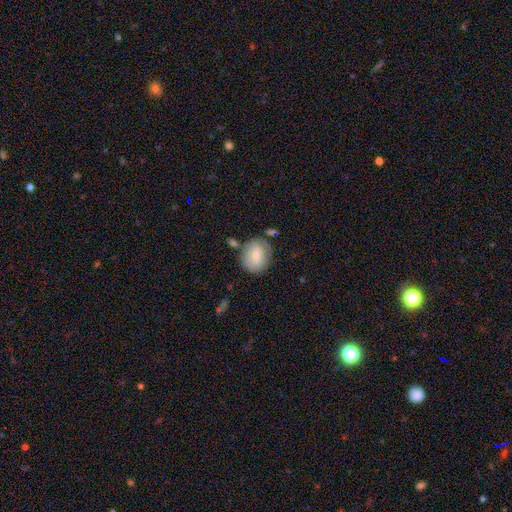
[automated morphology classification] This appears to be a smooth galaxy with no disk features (71%) that is round (59%). Merging: none (66%).